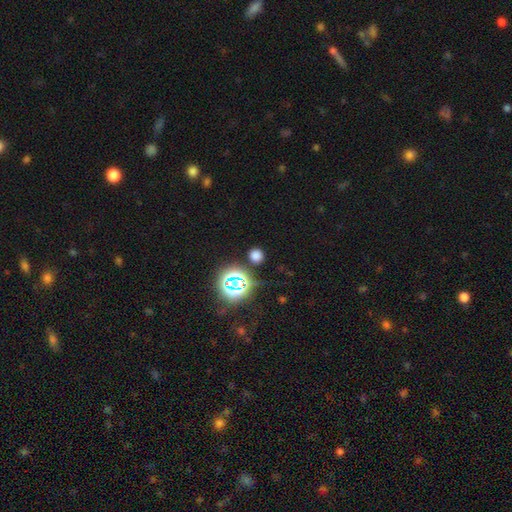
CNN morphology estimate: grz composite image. It shows a smooth galaxy with no disk features (65%) that is round (86%). Merging: none (86%).